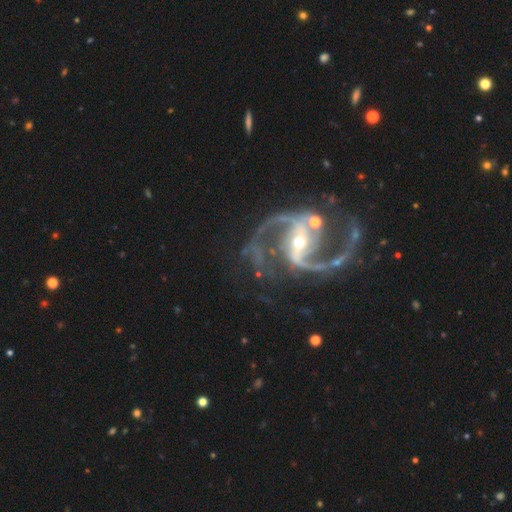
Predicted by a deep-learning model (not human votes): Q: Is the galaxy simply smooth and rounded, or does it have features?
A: featured or disk — 94%.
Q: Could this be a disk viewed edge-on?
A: no — 98%.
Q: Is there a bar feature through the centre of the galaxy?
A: strong — 52%.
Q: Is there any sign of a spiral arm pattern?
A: yes — 99%.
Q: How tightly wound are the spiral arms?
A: medium — 57%.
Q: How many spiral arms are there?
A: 2 — 94%.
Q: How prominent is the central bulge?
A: small — 63%.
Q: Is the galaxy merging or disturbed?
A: none — 70%.